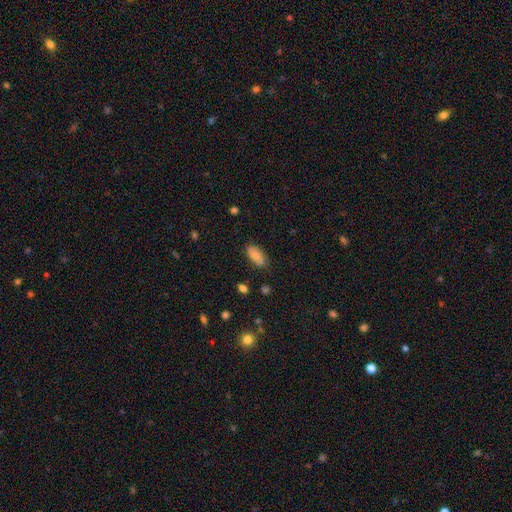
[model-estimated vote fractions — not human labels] Smooth or featured? smooth (76%)
How rounded? in between (91%)
Merging? none (80%)